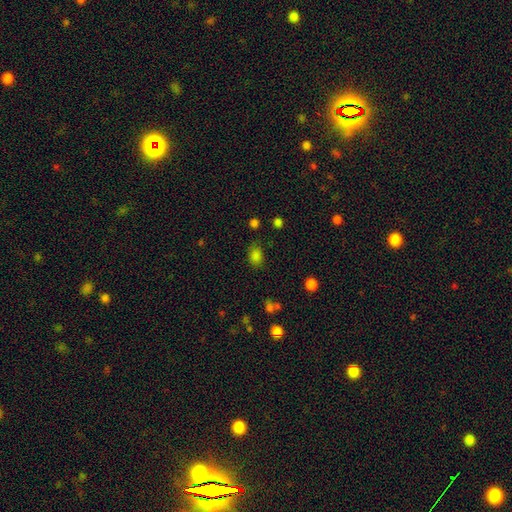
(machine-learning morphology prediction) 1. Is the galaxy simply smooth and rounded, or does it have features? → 80% smooth, 15% star or artifact, 5% featured or disk.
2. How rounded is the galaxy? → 67% in between, 31% round, 1% cigar-shaped.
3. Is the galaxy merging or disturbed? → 73% none, 19% minor disturbance, 5% major disturbance, 3% merger.